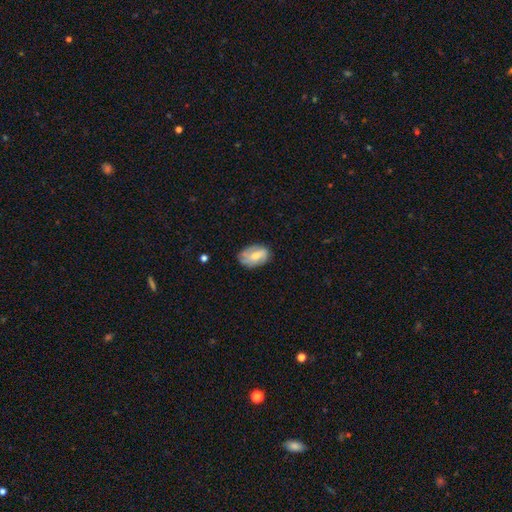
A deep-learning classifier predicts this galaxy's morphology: The model was most divided on "smooth or featured": smooth: 48%, featured or disk: 45%, star or artifact: 7%. More confident: merging — none (67%).